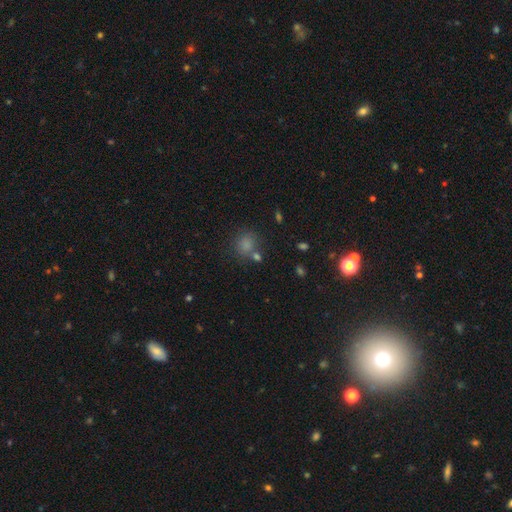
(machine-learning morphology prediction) smooth 68%, star or artifact 26%, featured or disk 7%. Down the decision tree: how rounded — round (78%); merging — none (72%).